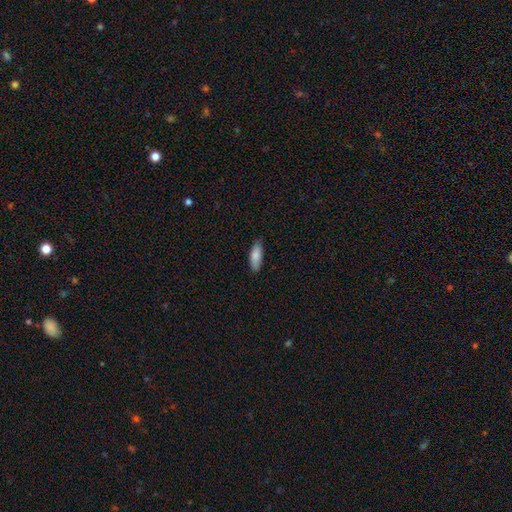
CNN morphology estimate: Smooth or featured: smooth — 85% (featured or disk — 9%)
How rounded: in between — 68% (cigar-shaped — 31%)
Merging: none — 82% (minor disturbance — 15%)